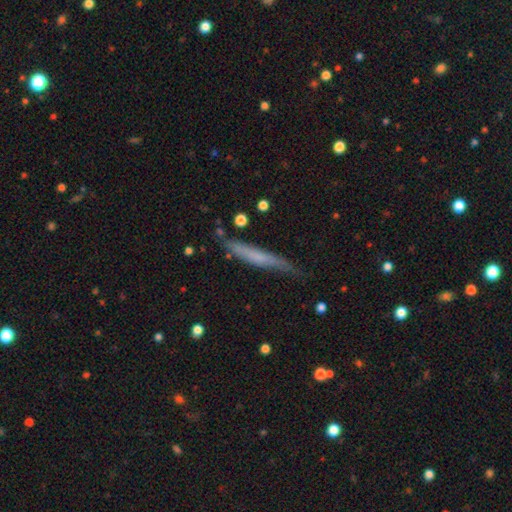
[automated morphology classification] Smooth or featured? Predicted: smooth (p=0.55). How rounded? Predicted: cigar-shaped (p=0.94). Merging? Predicted: none (p=0.71).